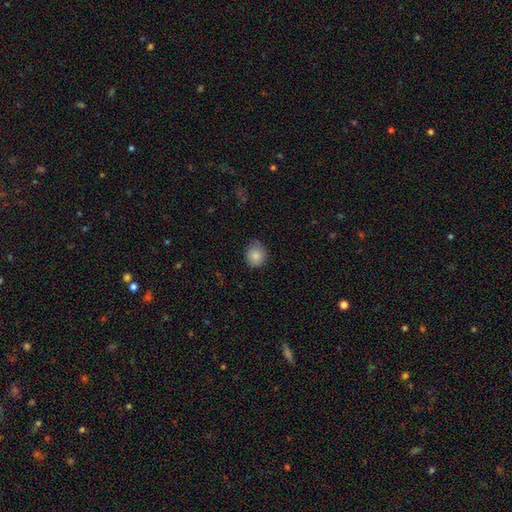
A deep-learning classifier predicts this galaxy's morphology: type=smooth (85%); roundness=round (76%); merging=none (70%).